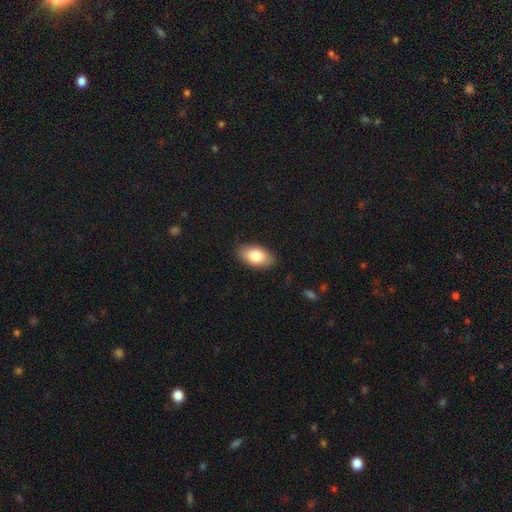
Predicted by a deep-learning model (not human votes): smooth 84%, featured or disk 10%, star or artifact 6%. Down the decision tree: how rounded — in between (94%); merging — none (86%).